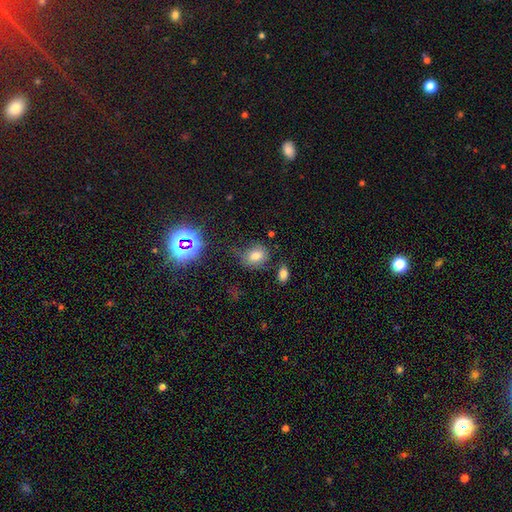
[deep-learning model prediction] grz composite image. It shows a smooth galaxy with no disk features (69%) that is in between round and cigar-shaped (59%). Merging: none (56%).